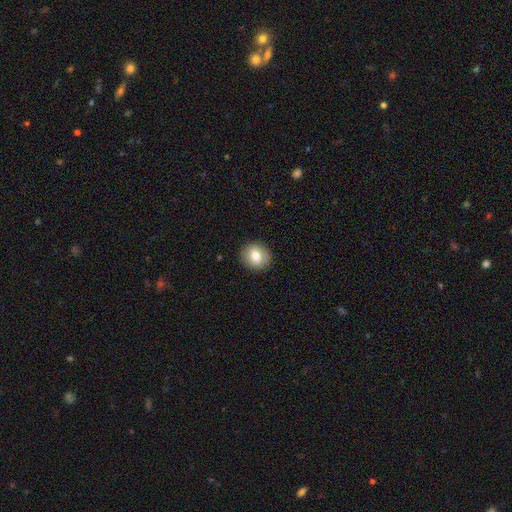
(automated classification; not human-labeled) A smooth galaxy with no disk features (73%) that is round (82%). Merging: none (90%).